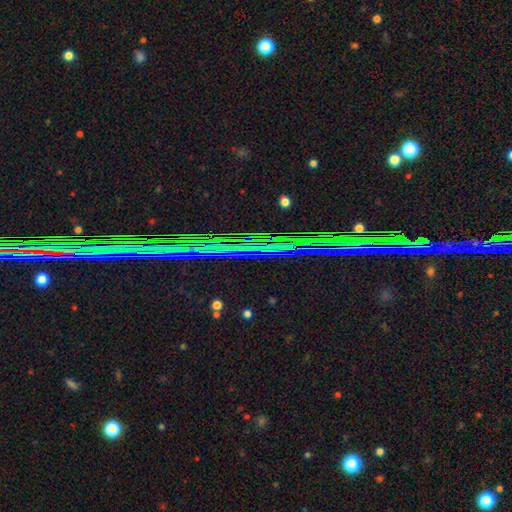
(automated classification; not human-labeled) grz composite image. It shows a star or artifact, not a galaxy (86%).